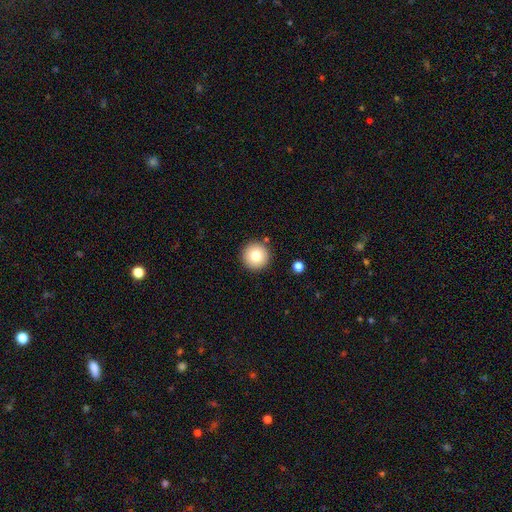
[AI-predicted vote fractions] smooth-or-featured: smooth: 79% | featured or disk: 11% | star or artifact: 10%
  how-rounded: round: 97% | in between: 2% | cigar-shaped: 1%
  merging: none: 90% | minor disturbance: 6% | merger: 2% | major disturbance: 2%